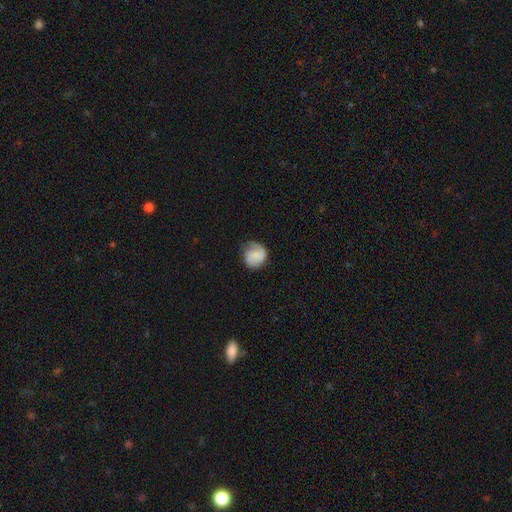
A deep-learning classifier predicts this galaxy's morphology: Smooth or featured?
  - smooth: 52% *
  - featured or disk: 40%
  - star or artifact: 7%
How rounded?
  - round: 80% *
  - in between: 19%
  - cigar-shaped: 1%
Merging?
  - none: 60% *
  - minor disturbance: 27%
  - major disturbance: 12%
  - merger: 1%